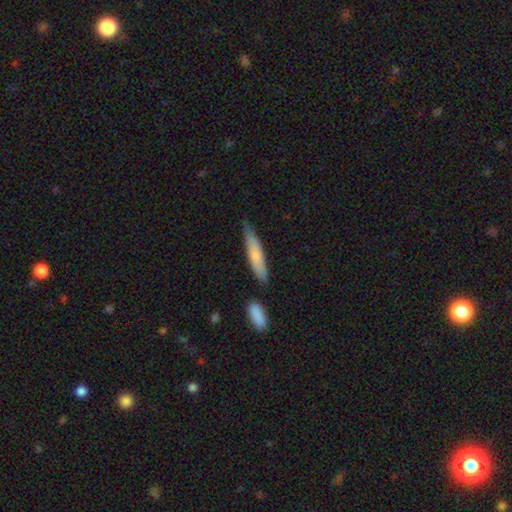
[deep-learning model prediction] This appears to be a smooth galaxy with no disk features (69%) that is cigar-shaped (83%). Merging: none (73%).